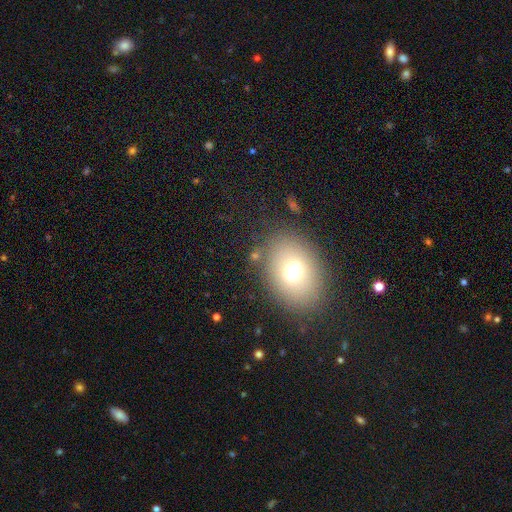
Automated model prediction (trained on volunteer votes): The model was most divided on "how rounded": in between: 61%, round: 37%, cigar-shaped: 2%. More confident: merging — none (80%); smooth or featured — smooth (63%).